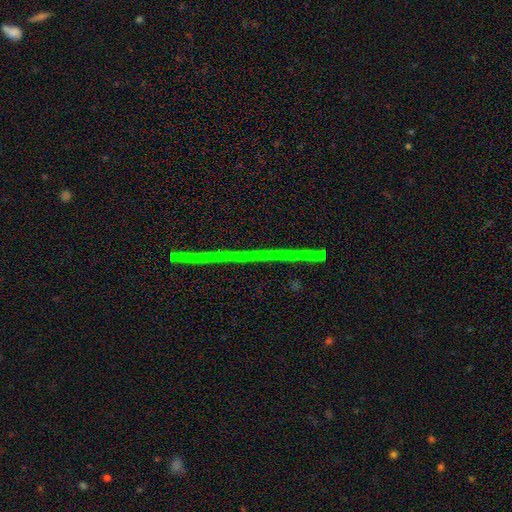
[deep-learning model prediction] Smooth or featured: star or artifact — 80% (featured or disk — 13%)